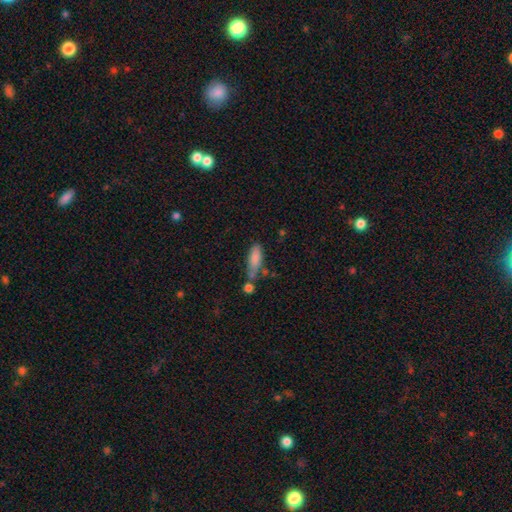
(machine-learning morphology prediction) This is clearly a smooth galaxy (80%). How rounded: possibly in between (59%). Merging: possibly none (50%).